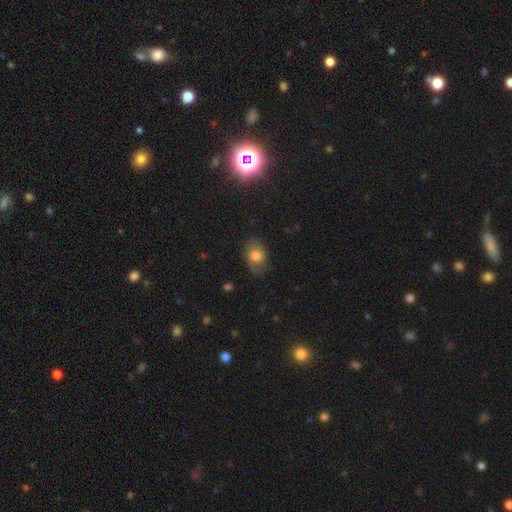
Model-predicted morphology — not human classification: A smooth galaxy with no disk features (63%) that is in between round and cigar-shaped (69%). Merging: none (64%).